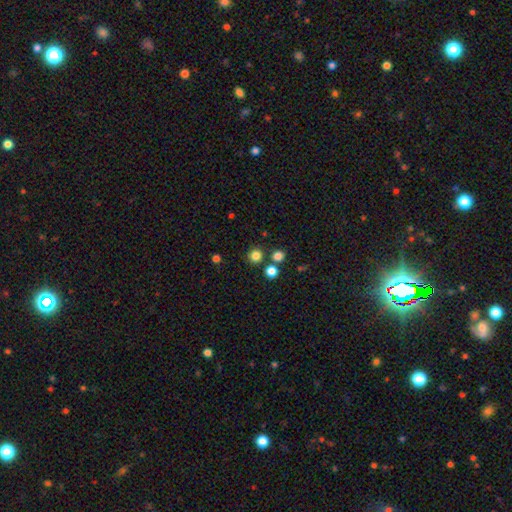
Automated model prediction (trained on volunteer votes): smooth_or_featured: smooth (p=0.81) [alt: star or artifact p=0.15]
how_rounded: round (p=0.93) [alt: in between p=0.06]
merging: none (p=0.81) [alt: merger p=0.10]